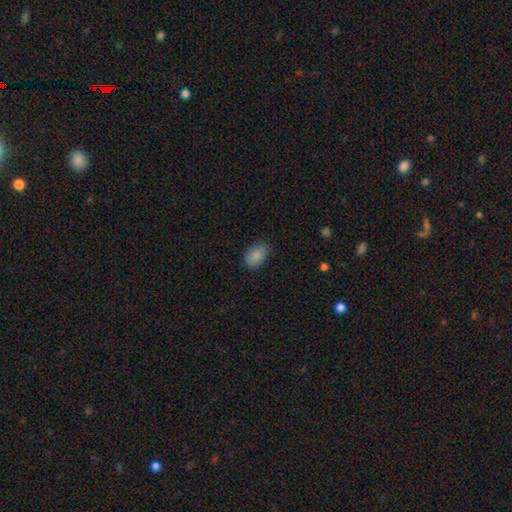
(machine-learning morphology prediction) Smooth or featured?
  - smooth: 88% *
  - star or artifact: 8%
  - featured or disk: 5%
How rounded?
  - in between: 88% *
  - round: 11%
  - cigar-shaped: 1%
Merging?
  - none: 84% *
  - minor disturbance: 12%
  - major disturbance: 3%
  - merger: 1%